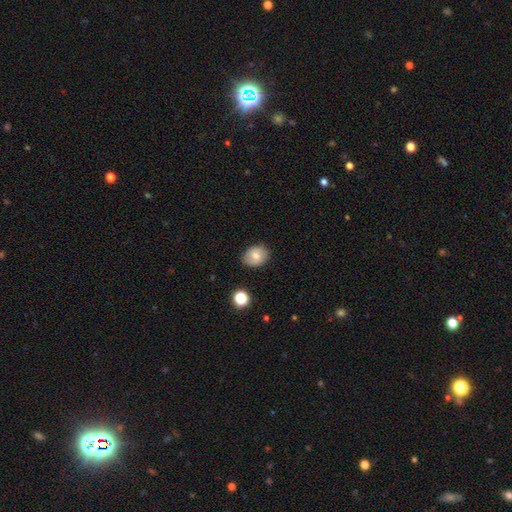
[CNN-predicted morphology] This is likely a smooth galaxy (73%). How rounded: possibly in between (54%). Merging: clearly none (85%).